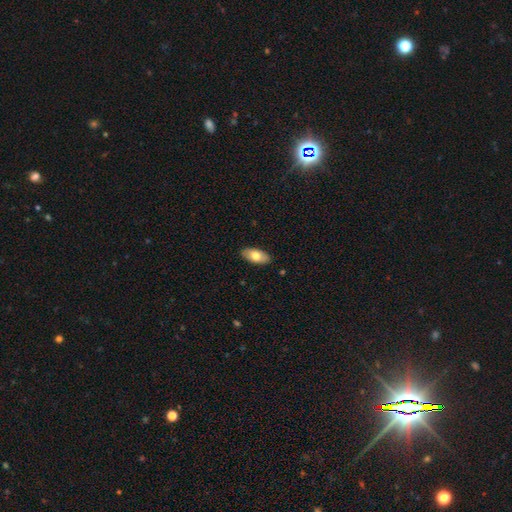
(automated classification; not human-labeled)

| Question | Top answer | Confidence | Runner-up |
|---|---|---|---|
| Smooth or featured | smooth | 75% | featured or disk (19%) |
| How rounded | in between | 92% | cigar-shaped (6%) |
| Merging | none | 88% | minor disturbance (9%) |